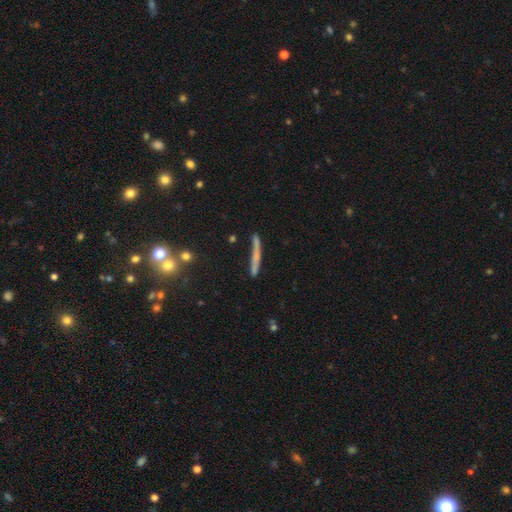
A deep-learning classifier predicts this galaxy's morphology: Smooth or featured? Predicted: smooth (p=0.53). How rounded? Predicted: cigar-shaped (p=0.95). Merging? Predicted: none (p=0.76).